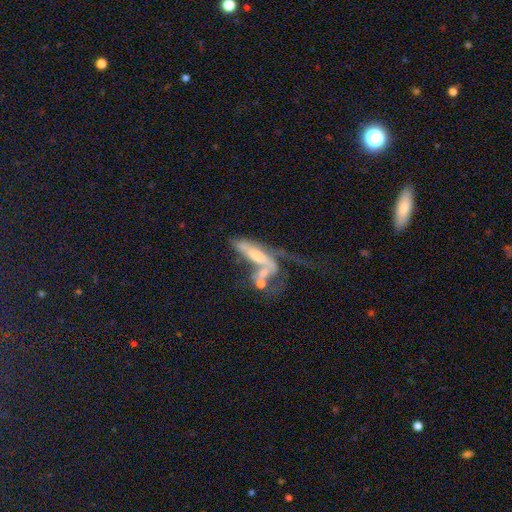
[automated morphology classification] This appears to be a featured or disk galaxy (61%). Merging: merger (46%).